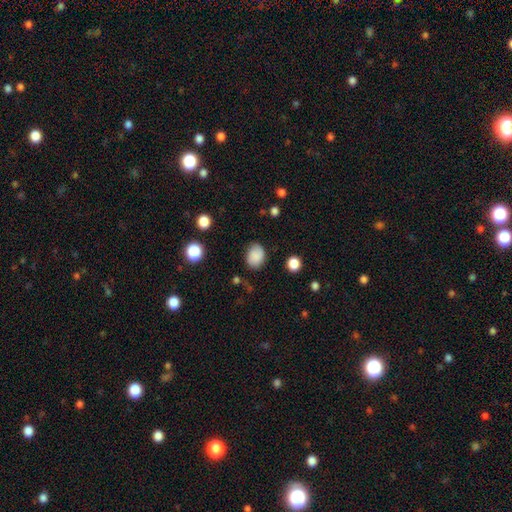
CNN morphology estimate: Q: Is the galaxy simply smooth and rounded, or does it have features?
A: smooth — 84%.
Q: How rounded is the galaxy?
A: in between — 59%.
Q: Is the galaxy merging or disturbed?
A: none — 76%.